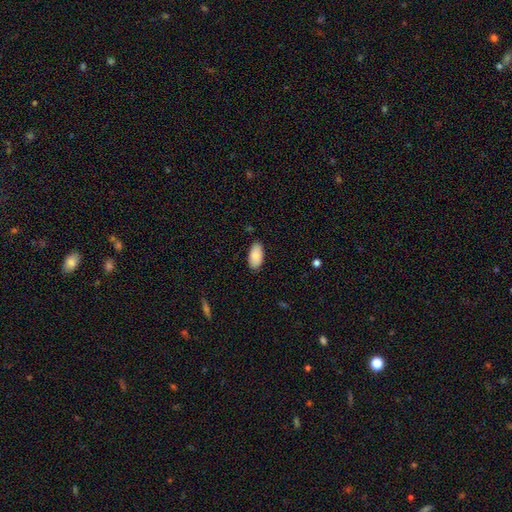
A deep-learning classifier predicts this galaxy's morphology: Smooth or featured? smooth (86%)
How rounded? in between (95%)
Merging? none (85%)